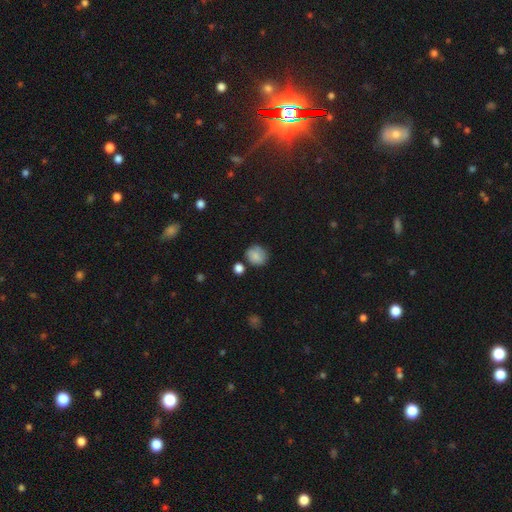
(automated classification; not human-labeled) Morphology: type=smooth (83%); roundness=round (82%); merging=none (72%).